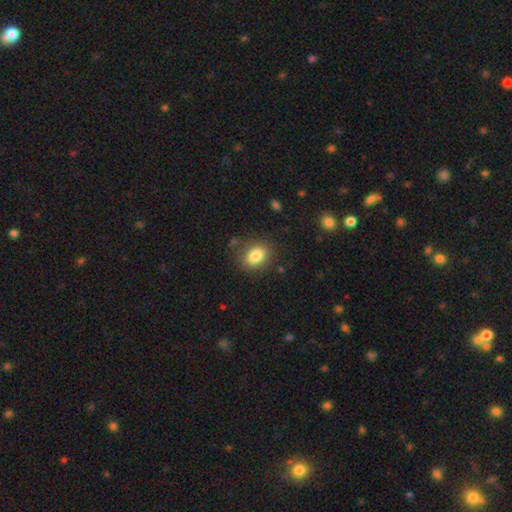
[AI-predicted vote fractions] smooth 83%, star or artifact 9%, featured or disk 8%. Down the decision tree: how rounded — in between (64%); merging — none (82%).